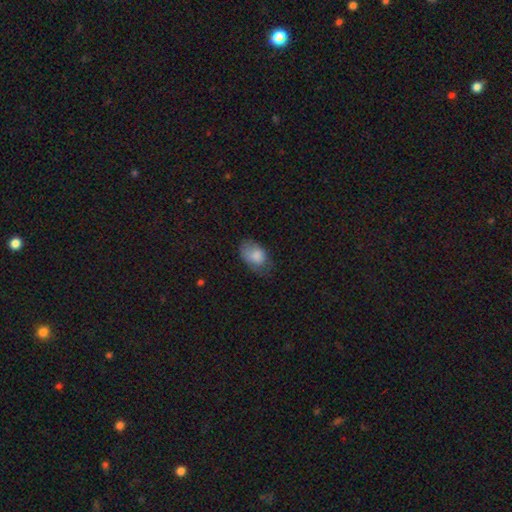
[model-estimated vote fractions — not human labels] A smooth galaxy with no disk features (81%) that is in between round and cigar-shaped (89%).

Vote fractions:
- Smooth or featured? smooth: 81% / featured or disk: 11% / star or artifact: 8%
- How rounded? in between: 89% / round: 10% / cigar-shaped: 1%
- Merging? none: 50% / minor disturbance: 35% / major disturbance: 13% / merger: 2%